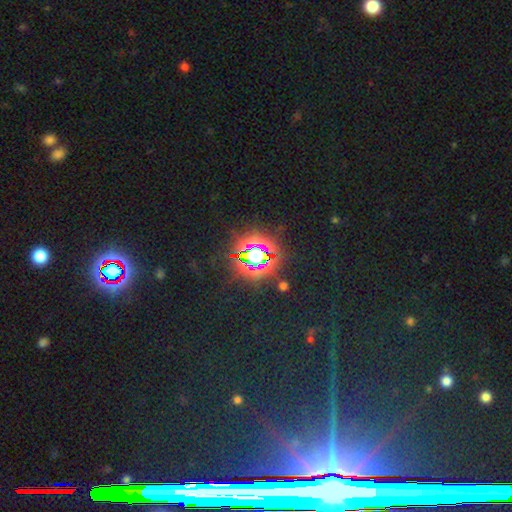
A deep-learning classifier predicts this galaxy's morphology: smooth_or_featured: star or artifact (p=0.76) [alt: smooth p=0.14]